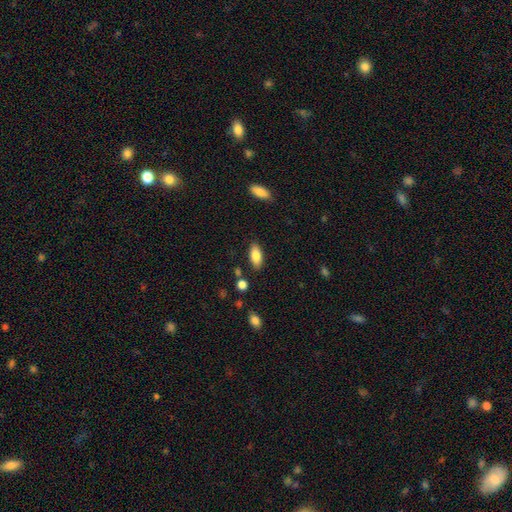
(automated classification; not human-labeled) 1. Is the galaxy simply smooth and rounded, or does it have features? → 82% smooth, 11% featured or disk, 7% star or artifact.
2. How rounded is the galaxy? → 86% in between, 12% cigar-shaped, 2% round.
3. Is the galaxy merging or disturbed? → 85% none, 10% minor disturbance, 2% merger, 2% major disturbance.